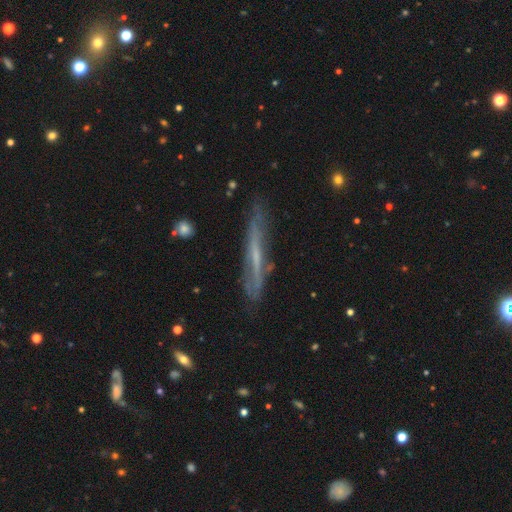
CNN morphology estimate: featured or disk 63%, smooth 28%, star or artifact 9%. Down the decision tree: edge-on disk — yes (78%); merging — none (73%).